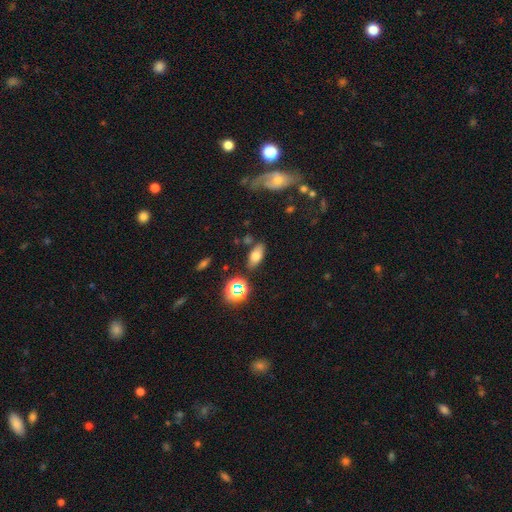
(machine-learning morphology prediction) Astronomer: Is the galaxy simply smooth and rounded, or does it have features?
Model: smooth — 68%.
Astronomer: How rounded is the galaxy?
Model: in between — 83%.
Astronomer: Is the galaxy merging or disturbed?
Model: none — 79%.